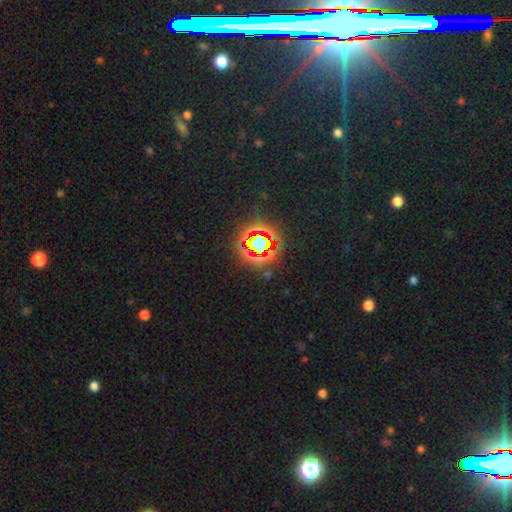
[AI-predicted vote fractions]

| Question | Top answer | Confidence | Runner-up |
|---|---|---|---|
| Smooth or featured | star or artifact | 77% | smooth (14%) |